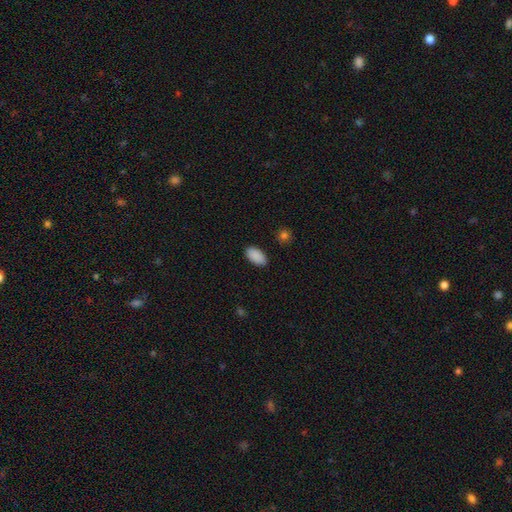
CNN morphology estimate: Overall: smooth (90%). How rounded: in between (95%). Merging: none (89%).